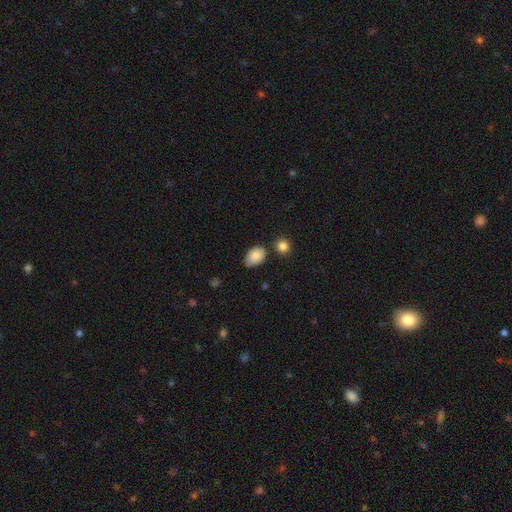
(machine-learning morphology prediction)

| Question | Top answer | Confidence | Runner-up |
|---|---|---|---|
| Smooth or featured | smooth | 86% | star or artifact (7%) |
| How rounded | in between | 88% | round (11%) |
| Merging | none | 62% | minor disturbance (28%) |